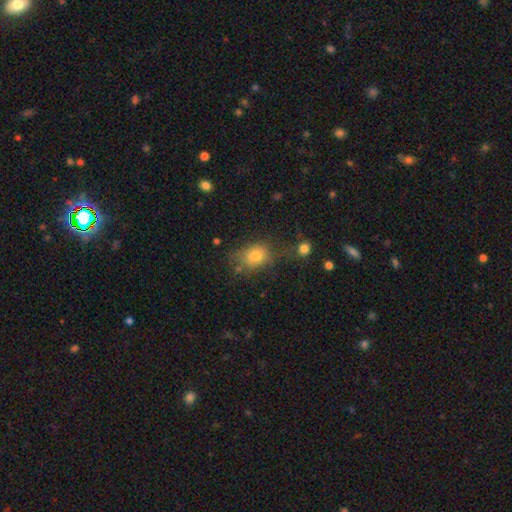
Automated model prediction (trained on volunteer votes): A smooth galaxy with no disk features (76%) that is in between round and cigar-shaped (53%).

Vote fractions:
- Smooth or featured? smooth: 76% / star or artifact: 13% / featured or disk: 11%
- How rounded? in between: 53% / round: 45% / cigar-shaped: 1%
- Merging? none: 57% / minor disturbance: 21% / major disturbance: 11% / merger: 11%